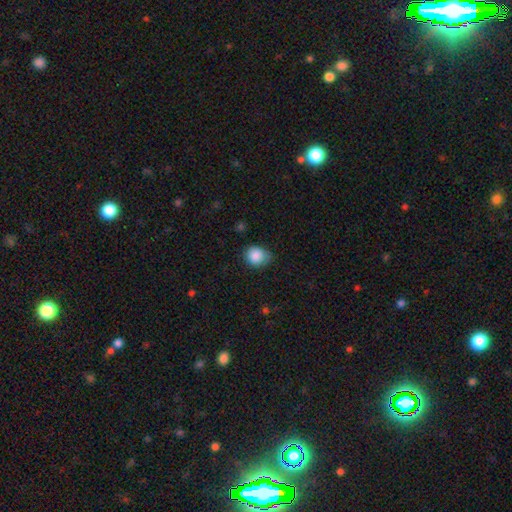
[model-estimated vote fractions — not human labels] smooth-or-featured: smooth: 87% | star or artifact: 9% | featured or disk: 4%
  how-rounded: round: 71% | in between: 28% | cigar-shaped: 1%
  merging: none: 64% | minor disturbance: 29% | major disturbance: 5% | merger: 2%